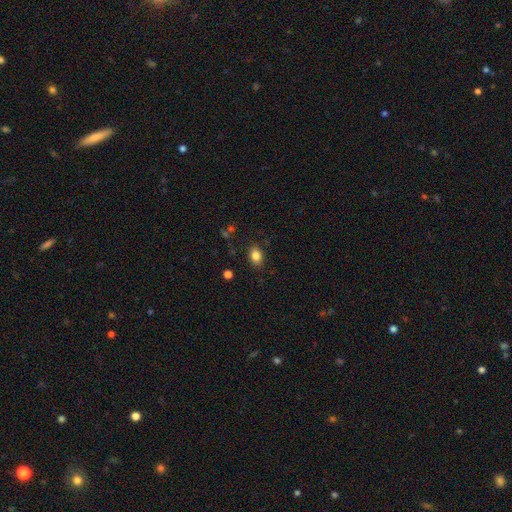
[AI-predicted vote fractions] Smooth or featured? smooth (84%)
How rounded? in between (73%)
Merging? none (85%)